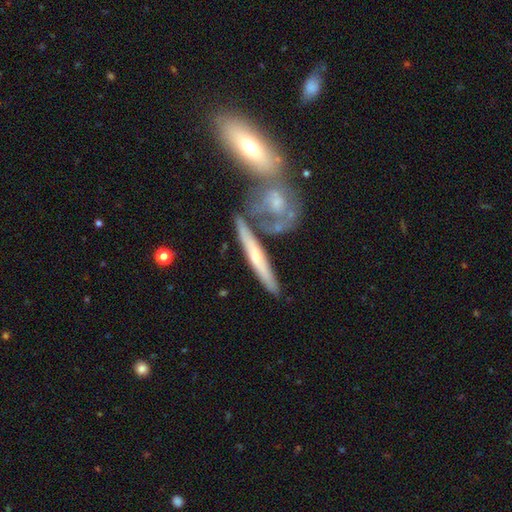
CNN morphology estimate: The model was most divided on "smooth or featured": featured or disk: 52%, smooth: 41%, star or artifact: 8%. More confident: edge-on disk — yes (82%); merging — none (60%).